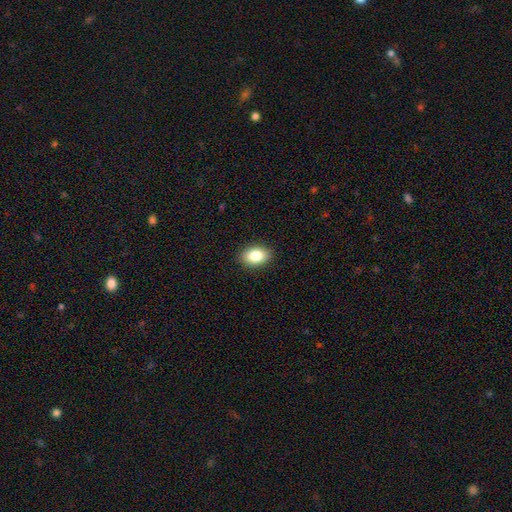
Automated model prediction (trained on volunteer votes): This is clearly a smooth galaxy (83%). How rounded: likely in between (78%). Merging: clearly none (89%).